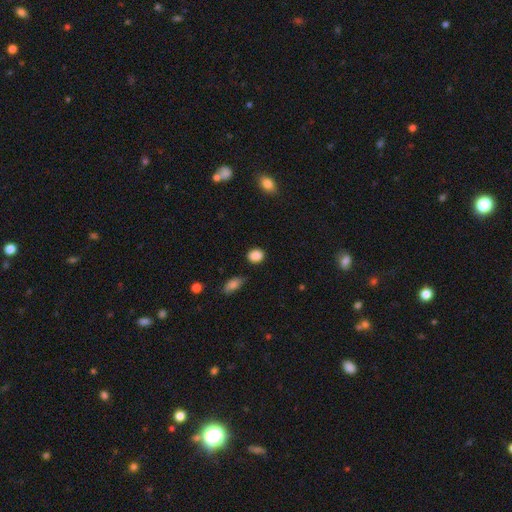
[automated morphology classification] smooth 88%, star or artifact 9%, featured or disk 3%. Down the decision tree: how rounded — round (59%); merging — none (84%).